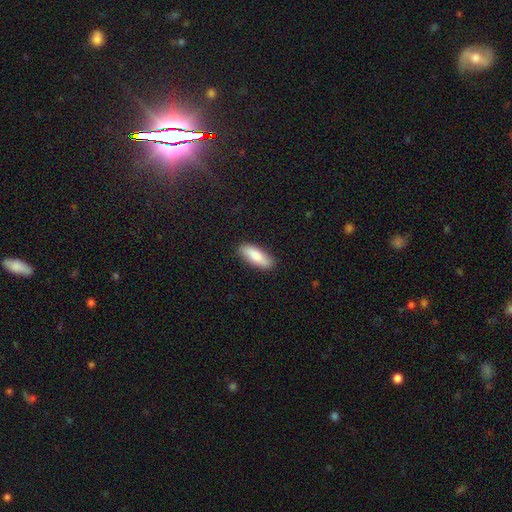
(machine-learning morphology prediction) smooth 86%, featured or disk 9%, star or artifact 5%. Down the decision tree: how rounded — in between (68%); merging — none (87%).